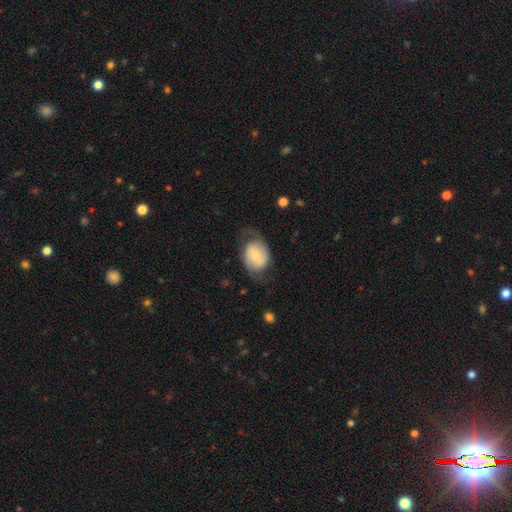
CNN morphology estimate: Smooth or featured? Predicted: featured or disk (p=0.61). Edge-on disk? Predicted: no (p=0.97). Bar? Predicted: no (p=0.64). Spiral arms? Predicted: yes (p=0.84). Bulge size? Predicted: moderate (p=0.47). Merging? Predicted: none (p=0.60).